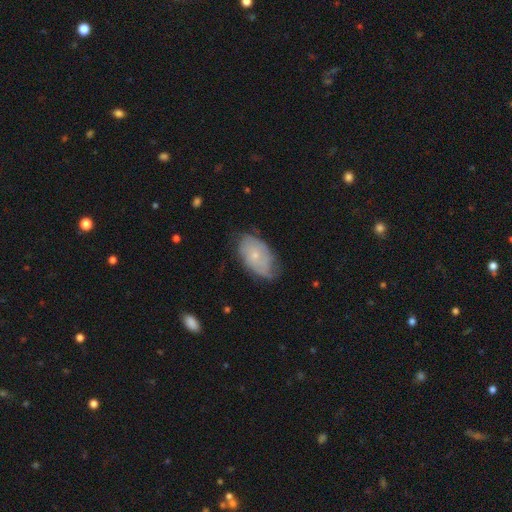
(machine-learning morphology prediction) A smooth galaxy with no disk features (47%).

Vote fractions:
- Smooth or featured? smooth: 47% / featured or disk: 46% / star or artifact: 7%
- Merging? none: 60% / minor disturbance: 30% / major disturbance: 8% / merger: 1%